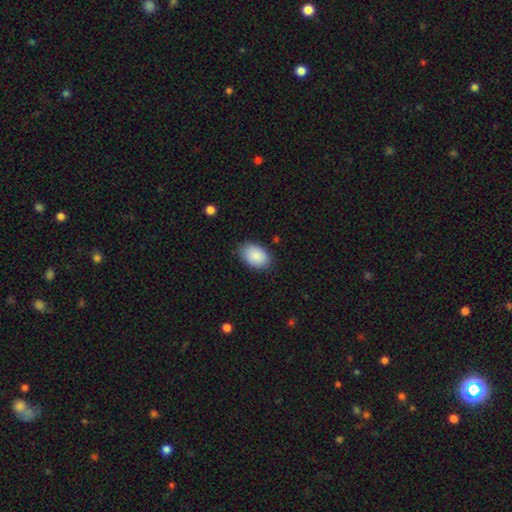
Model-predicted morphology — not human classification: A smooth galaxy with no disk features (89%) that is in between round and cigar-shaped (90%). Merging: none (84%).